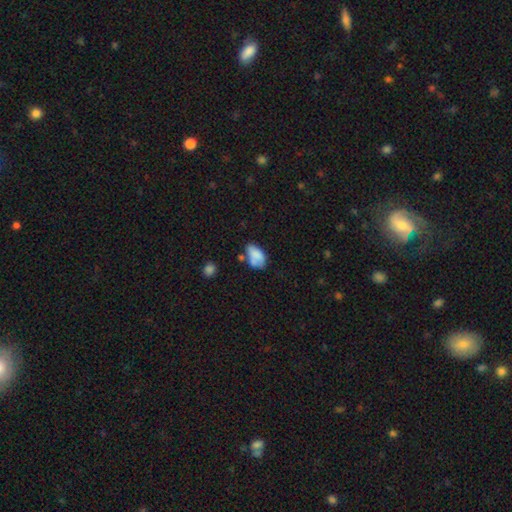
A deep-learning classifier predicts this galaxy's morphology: Smooth or featured? smooth (75%)
How rounded? in between (90%)
Merging? none (41%)